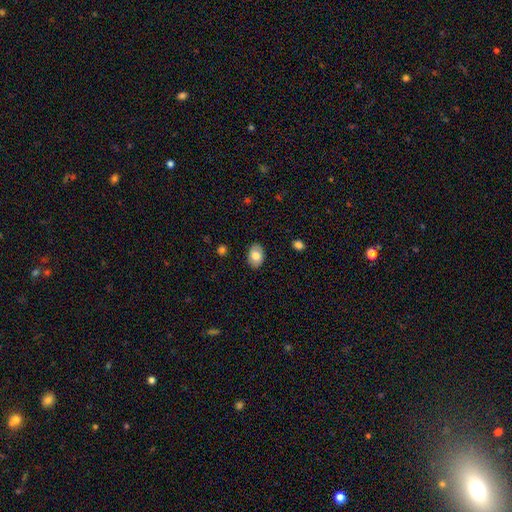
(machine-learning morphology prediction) Q: Smooth or featured?
A: smooth (81%); runner-up: featured or disk (12%)
Q: How rounded?
A: in between (81%); runner-up: round (18%)
Q: Merging?
A: none (88%); runner-up: minor disturbance (9%)